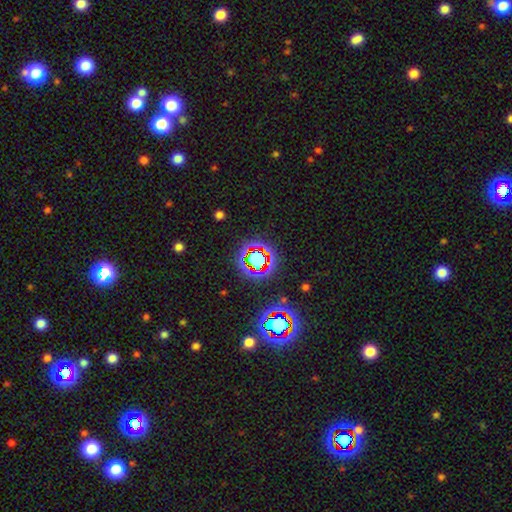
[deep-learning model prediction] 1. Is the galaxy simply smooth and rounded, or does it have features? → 60% star or artifact, 25% smooth, 14% featured or disk.